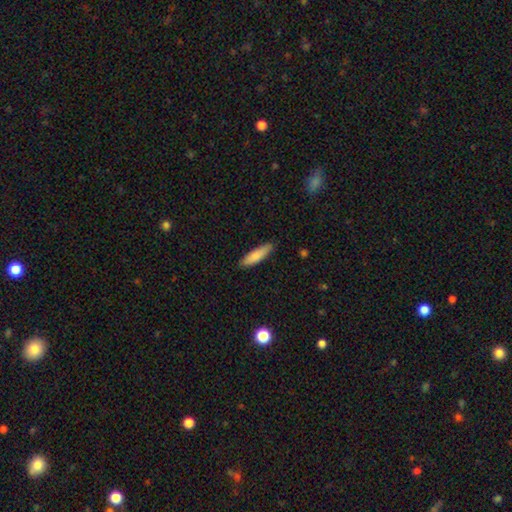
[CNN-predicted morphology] This appears to be a smooth galaxy with no disk features (82%) that is cigar-shaped (64%). Merging: none (86%).